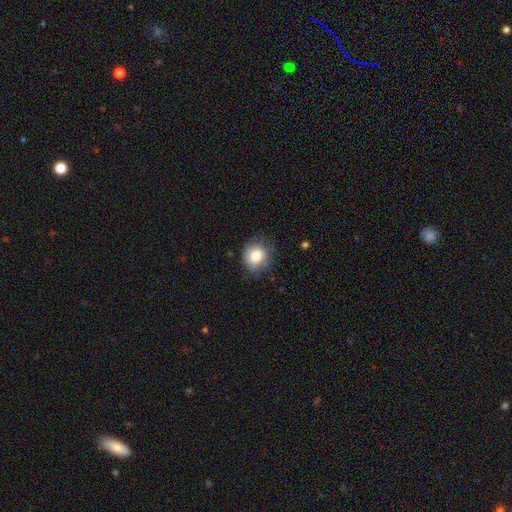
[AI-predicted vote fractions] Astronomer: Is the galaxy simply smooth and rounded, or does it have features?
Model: smooth — 82%.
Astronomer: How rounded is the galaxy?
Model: round — 78%.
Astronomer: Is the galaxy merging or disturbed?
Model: none — 70%.